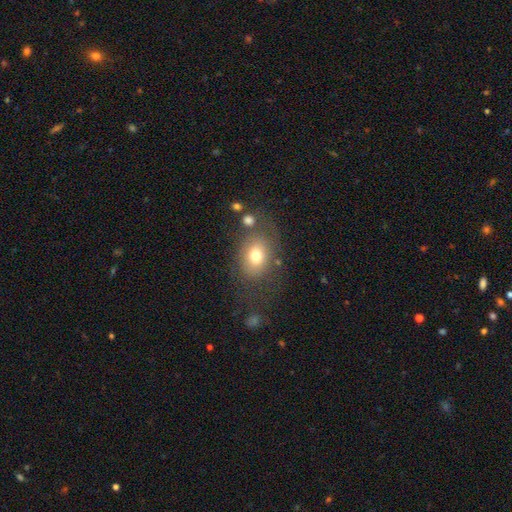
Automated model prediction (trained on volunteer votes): Morphology: type=smooth (71%); roundness=in between (66%); merging=none (64%).